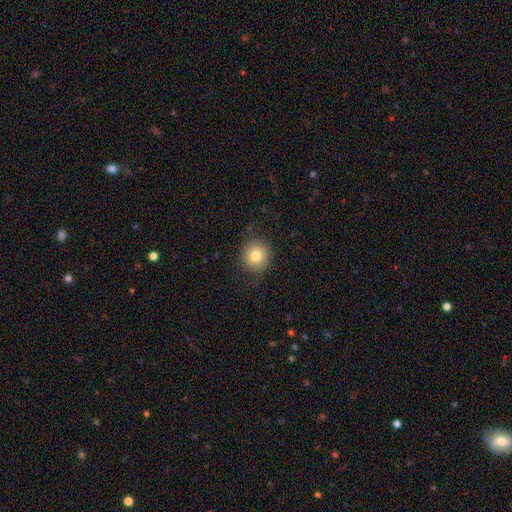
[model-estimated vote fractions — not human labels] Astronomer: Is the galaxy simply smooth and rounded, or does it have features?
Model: smooth — 77%.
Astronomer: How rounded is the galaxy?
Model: round — 92%.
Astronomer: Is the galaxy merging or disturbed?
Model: none — 85%.